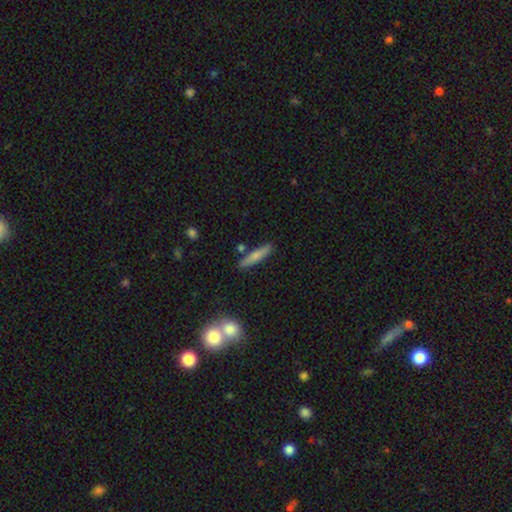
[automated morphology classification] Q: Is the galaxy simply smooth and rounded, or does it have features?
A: smooth — 69%.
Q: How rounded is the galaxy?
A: cigar-shaped — 84%.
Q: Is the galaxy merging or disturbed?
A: none — 83%.